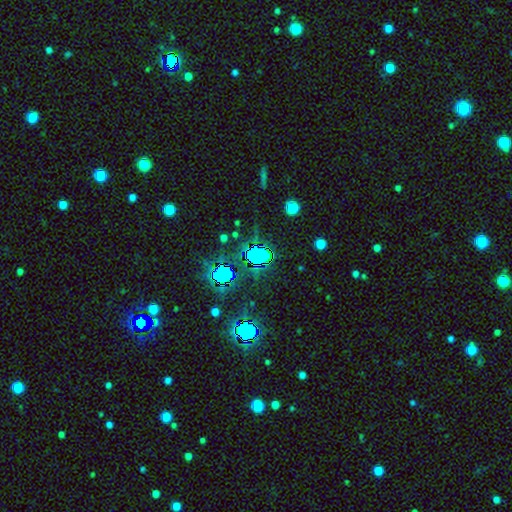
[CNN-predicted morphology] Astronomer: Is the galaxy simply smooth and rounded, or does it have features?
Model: star or artifact — 69%.